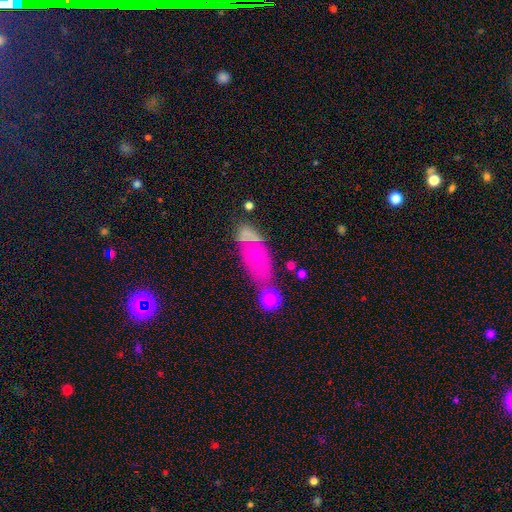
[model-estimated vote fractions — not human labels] A smooth galaxy with no disk features (49%). Merging: none (46%).